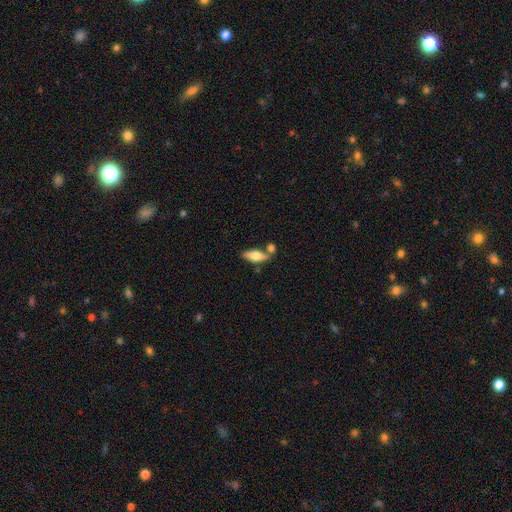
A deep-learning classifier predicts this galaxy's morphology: This appears to be a smooth galaxy with no disk features (64%) that is in between round and cigar-shaped (70%). Merging: none (66%).